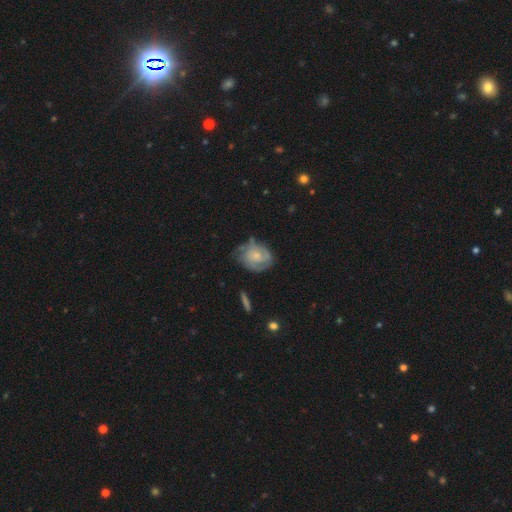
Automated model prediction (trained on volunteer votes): featured or disk 67%, smooth 26%, star or artifact 6%. Down the decision tree: edge-on disk — no (97%); bar — no (75%); spiral arms — yes (86%); spiral arm count — can't tell (37%); spiral winding — tight (56%); bulge size — small (48%); merging — none (58%).